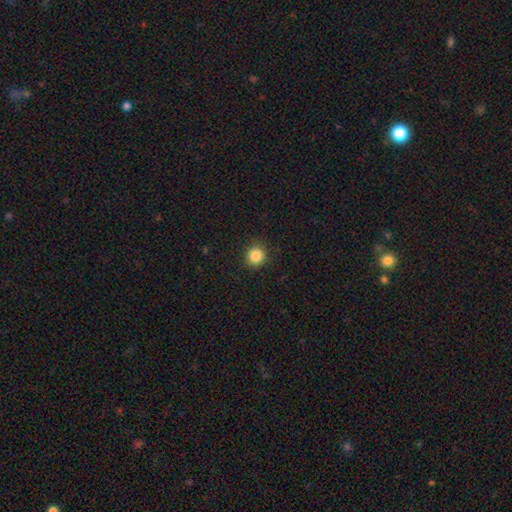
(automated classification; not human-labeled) The model was most divided on "smooth or featured": smooth: 86%, star or artifact: 10%, featured or disk: 3%. More confident: how rounded — round (91%); merging — none (89%).